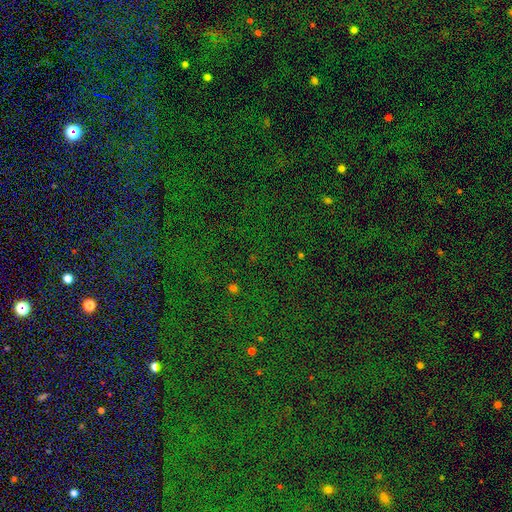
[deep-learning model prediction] Overall: star or artifact (82%).